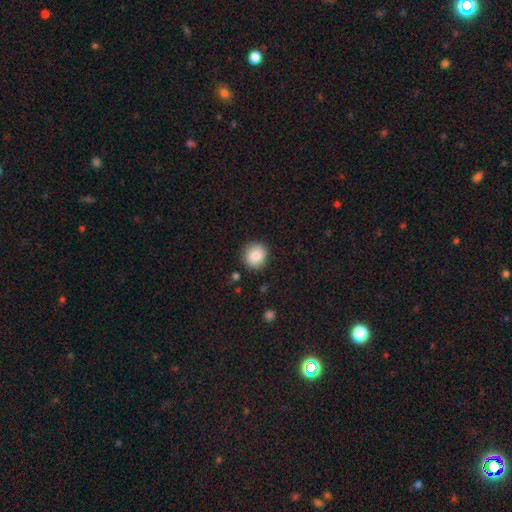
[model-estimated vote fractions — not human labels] Morphology: type=smooth (87%); roundness=round (90%); merging=none (88%).